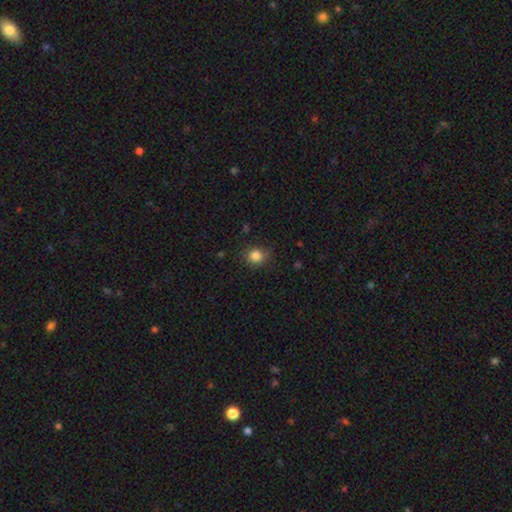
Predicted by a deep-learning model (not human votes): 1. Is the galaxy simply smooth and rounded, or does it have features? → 84% smooth, 11% star or artifact, 4% featured or disk.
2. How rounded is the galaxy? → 81% round, 18% in between, 1% cigar-shaped.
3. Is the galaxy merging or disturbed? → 79% none, 16% minor disturbance, 4% major disturbance, 1% merger.